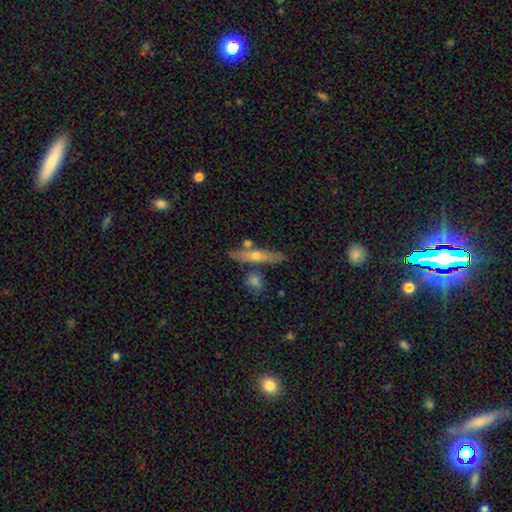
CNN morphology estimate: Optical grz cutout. It shows a featured or disk galaxy (52%) viewed edge-on (89%). Merging: none (74%).